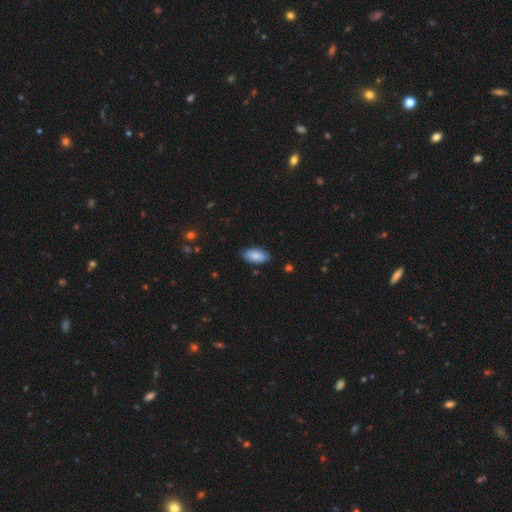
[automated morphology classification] type=smooth (85%); roundness=in between (94%); merging=none (85%).